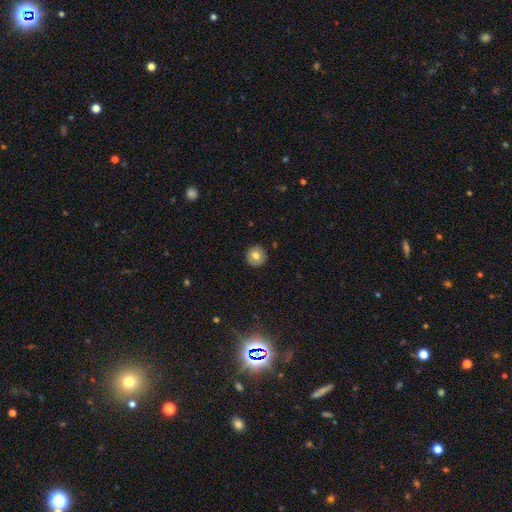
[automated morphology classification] This appears to be a smooth galaxy with no disk features (77%) that is round (95%). Merging: none (90%).